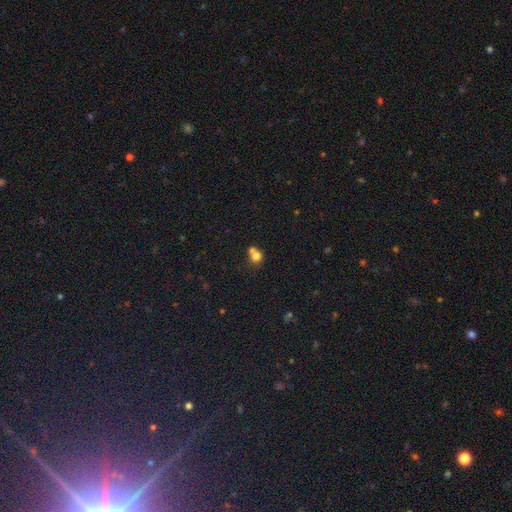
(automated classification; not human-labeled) smooth 76%, star or artifact 13%, featured or disk 12%. Down the decision tree: how rounded — round (81%); merging — merger (51%).